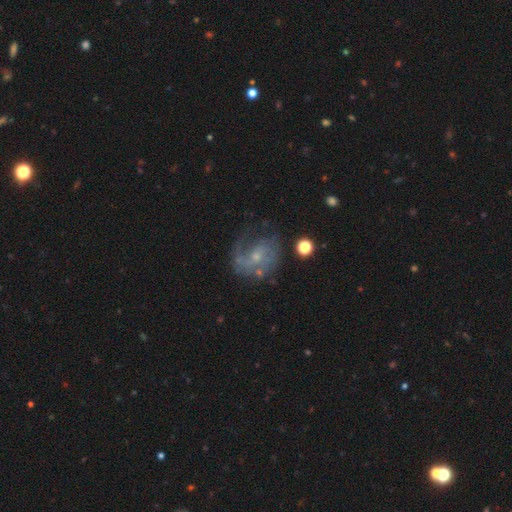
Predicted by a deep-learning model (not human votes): The model was most divided on "spiral arm count" (2-way tie): 1: 35%, 2: 35%, can't tell: 21%, 3: 4%, 4: 2%, more than 4: 2%. Remaining: edge-on disk — no (97%); spiral arms — yes (82%); smooth or featured — featured or disk (72%); bulge size — small (71%); bar — no (56%); merging — none (52%); spiral winding — medium (41%).